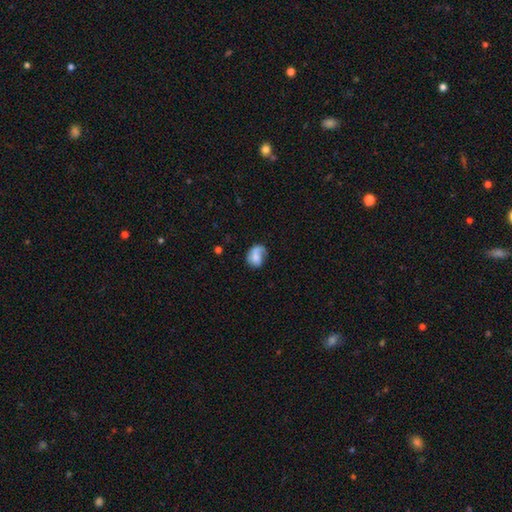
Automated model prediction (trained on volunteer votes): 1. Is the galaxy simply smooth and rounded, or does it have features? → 50% smooth, 42% featured or disk, 8% star or artifact.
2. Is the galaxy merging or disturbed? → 41% none, 28% major disturbance, 26% minor disturbance, 5% merger.